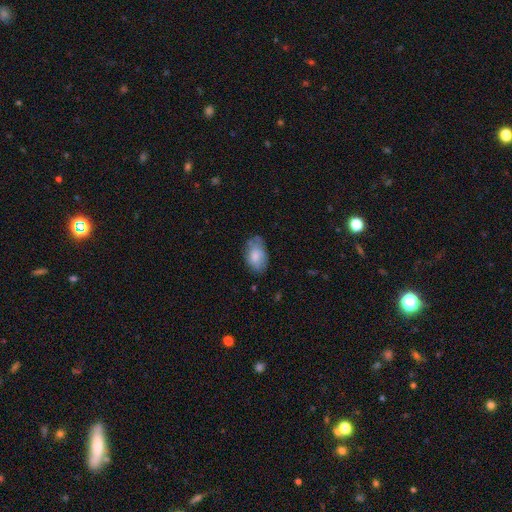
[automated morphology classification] smooth_or_featured: smooth (p=0.71) [alt: featured or disk p=0.22]
how_rounded: in between (p=0.92) [alt: round p=0.07]
merging: none (p=0.63) [alt: minor disturbance p=0.28]